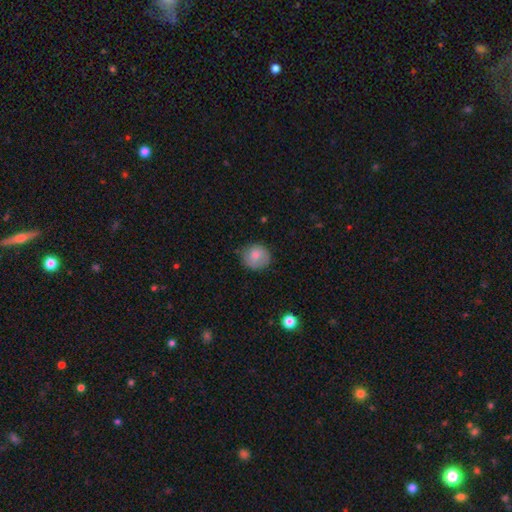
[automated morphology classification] The model was most divided on "merging": none: 76%, minor disturbance: 18%, major disturbance: 4%, merger: 1%. More confident: how rounded — round (87%); smooth or featured — smooth (81%).